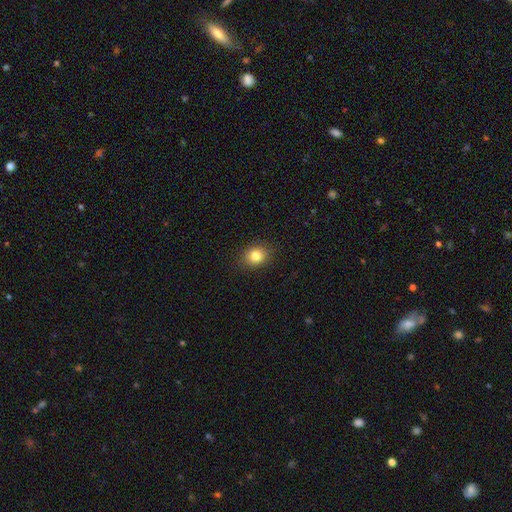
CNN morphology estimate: Q: Smooth or featured?
A: smooth (82%); runner-up: star or artifact (11%)
Q: How rounded?
A: round (59%); runner-up: in between (40%)
Q: Merging?
A: none (89%); runner-up: minor disturbance (8%)